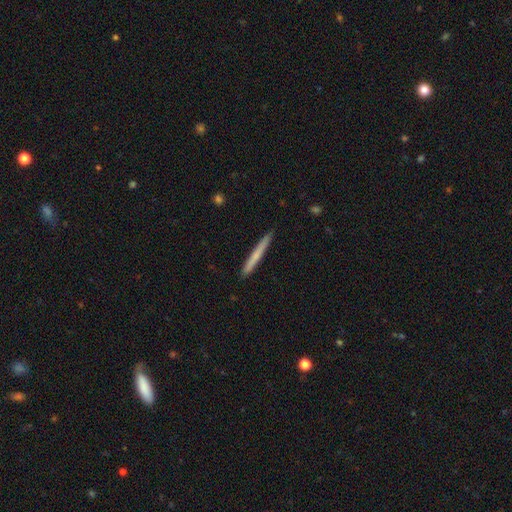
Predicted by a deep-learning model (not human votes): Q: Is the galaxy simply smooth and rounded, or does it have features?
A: smooth — 57%.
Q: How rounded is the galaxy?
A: cigar-shaped — 97%.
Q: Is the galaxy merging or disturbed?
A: none — 90%.